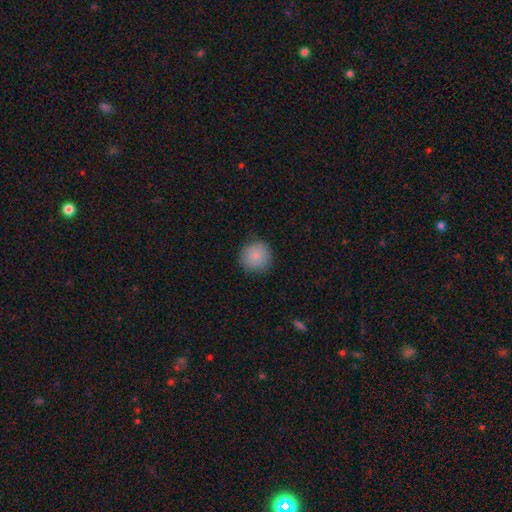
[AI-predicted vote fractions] Morphology: type=smooth (87%); roundness=round (94%); merging=none (86%).